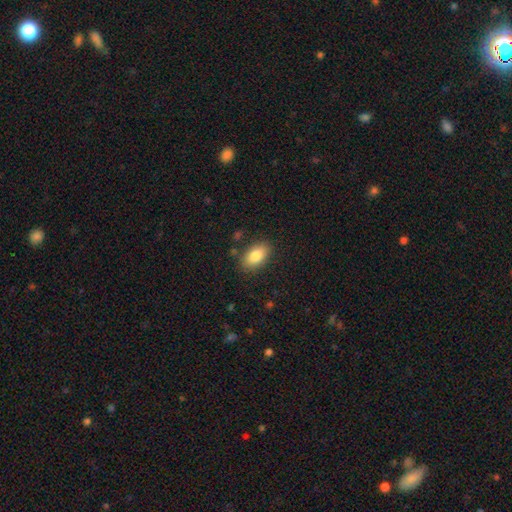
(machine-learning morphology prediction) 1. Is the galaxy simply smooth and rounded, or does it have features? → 84% smooth, 9% featured or disk, 7% star or artifact.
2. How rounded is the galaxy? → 91% in between, 6% round, 2% cigar-shaped.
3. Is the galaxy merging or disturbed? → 84% none, 11% minor disturbance, 3% major disturbance, 2% merger.